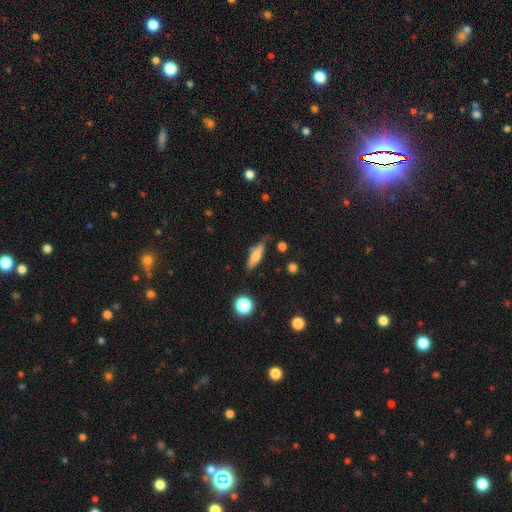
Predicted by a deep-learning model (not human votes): This appears to be a smooth galaxy with no disk features (52%) that is cigar-shaped (58%). Merging: none (69%).